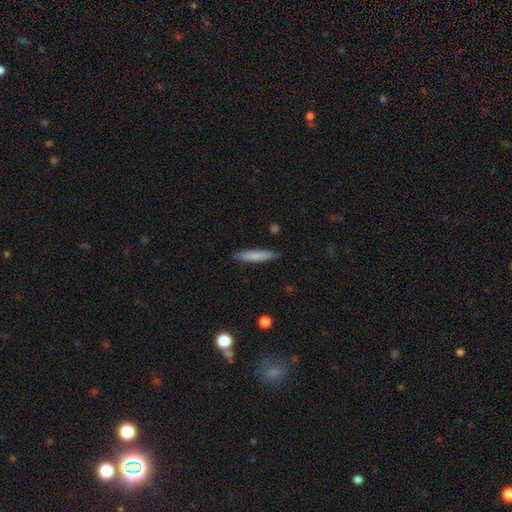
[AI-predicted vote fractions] This is likely a smooth galaxy (78%). How rounded: clearly cigar-shaped (89%). Merging: clearly none (88%).